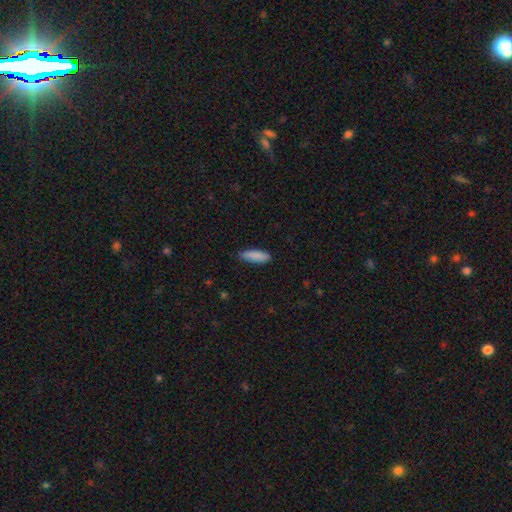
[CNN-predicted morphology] type=smooth (88%); roundness=in between (53%); merging=none (83%).